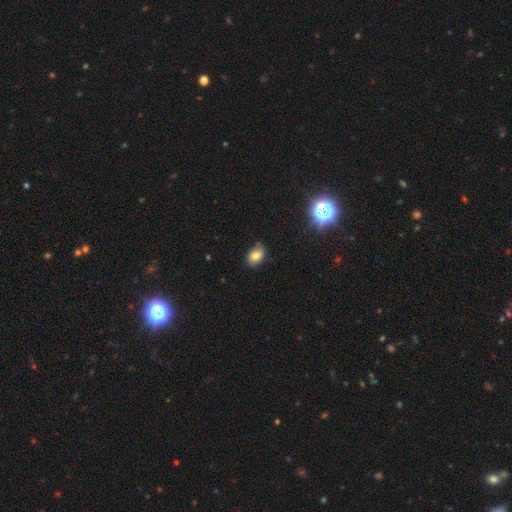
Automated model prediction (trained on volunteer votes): Morphology: type=smooth (75%); roundness=in between (81%); merging=none (73%).